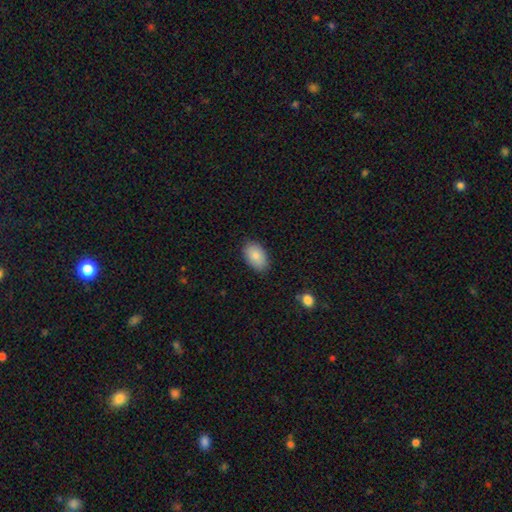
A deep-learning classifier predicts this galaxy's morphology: A smooth galaxy with no disk features (85%) that is in between round and cigar-shaped (92%). Merging: none (85%).